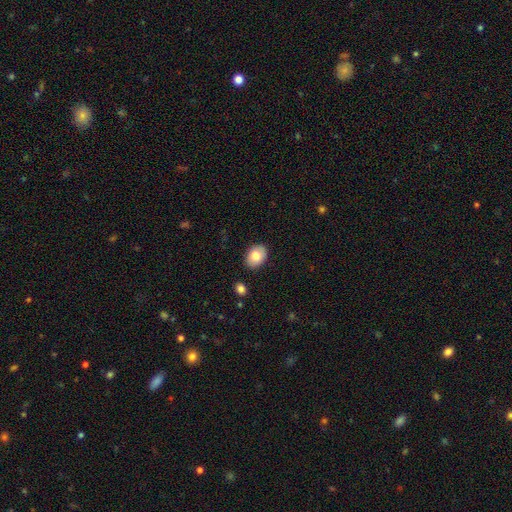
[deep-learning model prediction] A smooth galaxy with no disk features (81%) that is in between round and cigar-shaped (77%). Merging: none (87%).